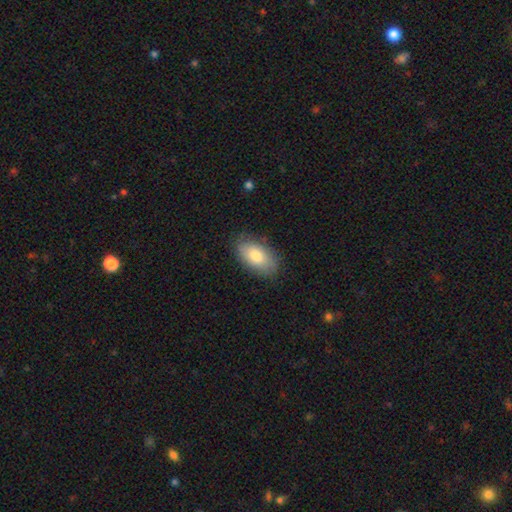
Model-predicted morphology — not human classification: type=smooth (81%); roundness=in between (94%); merging=none (82%).